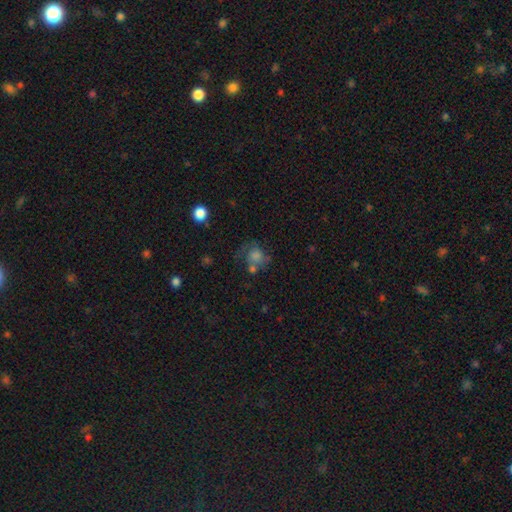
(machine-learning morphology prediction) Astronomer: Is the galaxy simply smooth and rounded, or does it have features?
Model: smooth — 58%.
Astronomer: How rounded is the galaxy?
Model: round — 70%.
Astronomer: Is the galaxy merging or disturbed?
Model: none — 43% (runner-up: minor disturbance, 22%).